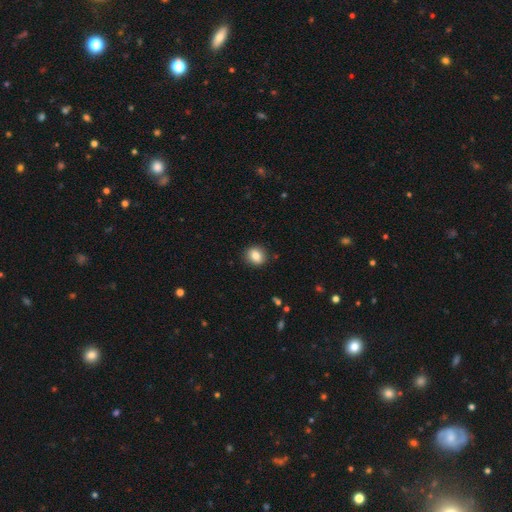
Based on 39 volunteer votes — Volunteers were most divided on "how rounded": round: 76%, in between: 24%, cigar-shaped: 0%. More confident: merging — none (92%); smooth or featured — smooth (87%).